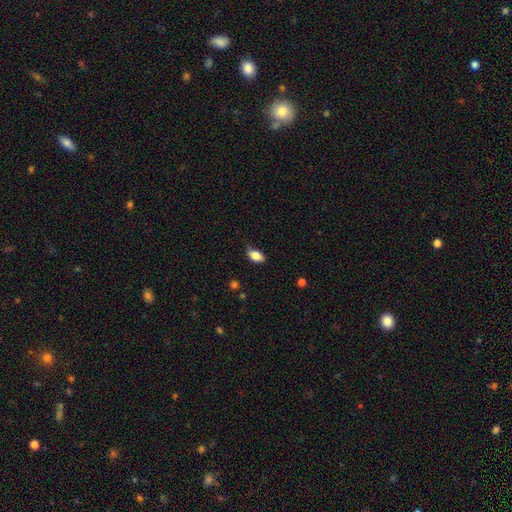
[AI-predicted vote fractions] smooth_or_featured: smooth (p=0.84) [alt: featured or disk p=0.09]
how_rounded: in between (p=0.90) [alt: round p=0.06]
merging: none (p=0.60) [alt: minor disturbance p=0.31]